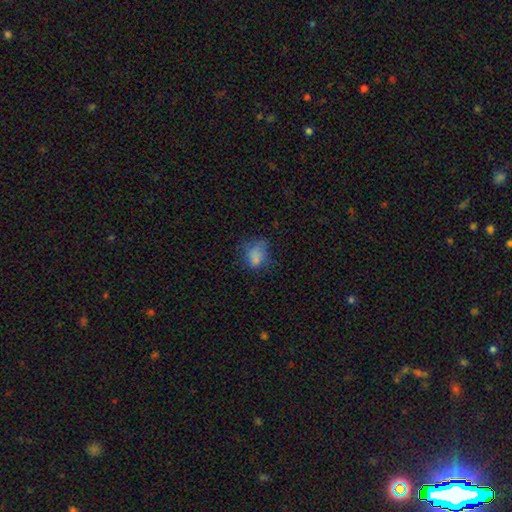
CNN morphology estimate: This is likely a smooth galaxy (70%). How rounded: likely in between (73%). Merging: marginally none (39%).